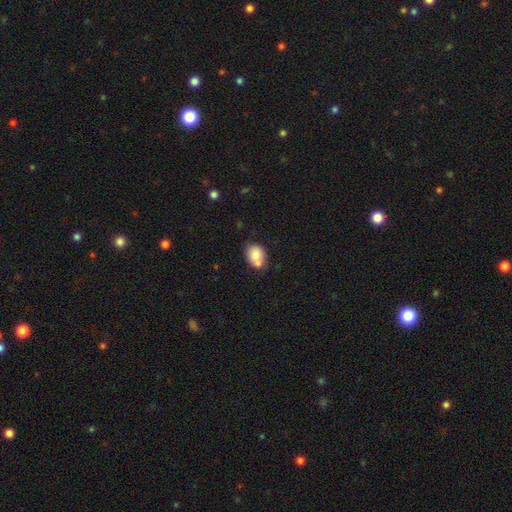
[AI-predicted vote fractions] smooth_or_featured: smooth (p=0.74) [alt: featured or disk p=0.17]
how_rounded: in between (p=0.55) [alt: round p=0.44]
merging: none (p=0.48) [alt: merger p=0.34]